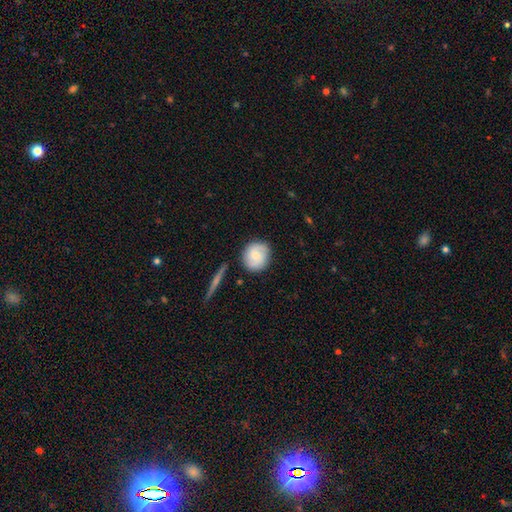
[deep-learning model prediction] smooth 53%, featured or disk 40%, star or artifact 7%. Down the decision tree: how rounded — round (86%); merging — none (83%).